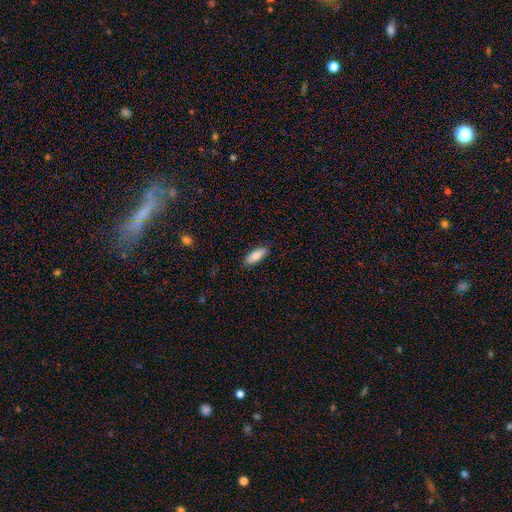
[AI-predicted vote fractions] This appears to be a smooth galaxy with no disk features (83%) that is in between round and cigar-shaped (75%). Merging: none (87%).